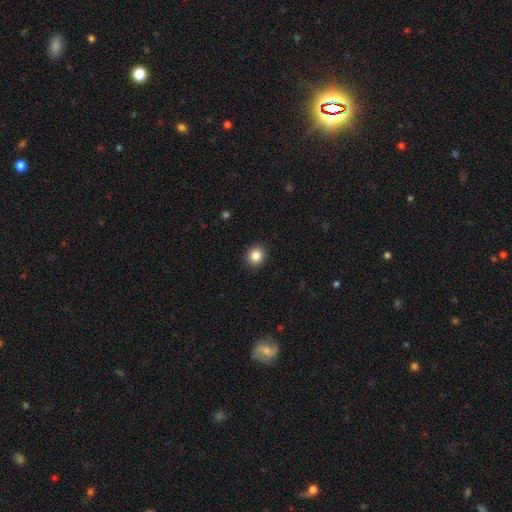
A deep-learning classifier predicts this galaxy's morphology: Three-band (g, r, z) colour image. It shows a smooth galaxy with no disk features (86%) that is round (86%). Merging: none (92%).